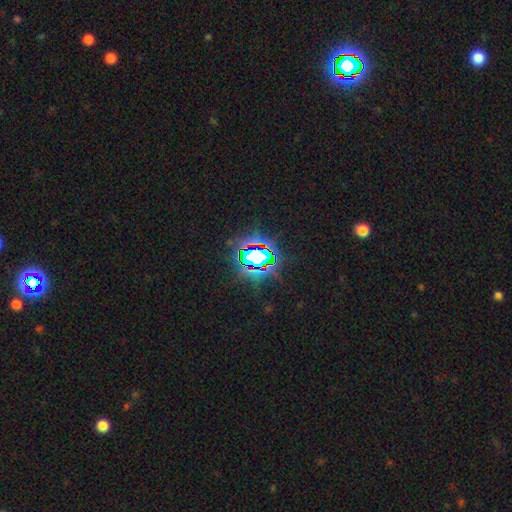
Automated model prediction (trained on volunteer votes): star or artifact 75%, smooth 13%, featured or disk 12%.